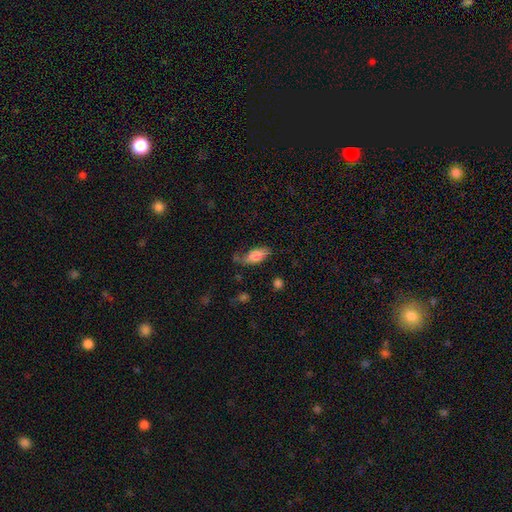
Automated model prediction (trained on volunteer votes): Morphology: type=smooth (80%); roundness=in between (88%); merging=none (52%).